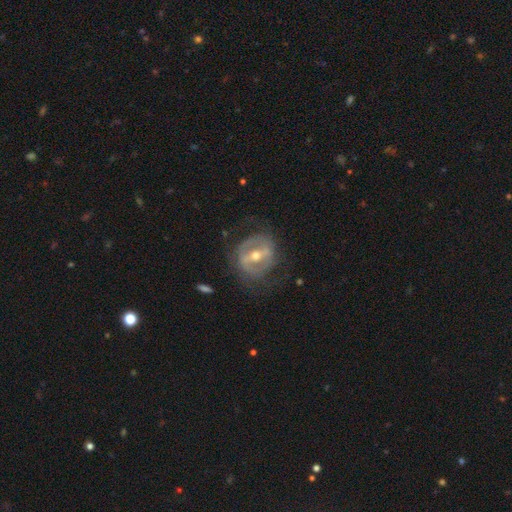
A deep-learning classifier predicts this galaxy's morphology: Smooth or featured: featured or disk — 81% (smooth — 14%)
Edge-on disk: no — 92% (yes — 8%)
Bar: strong — 66% (weak — 25%)
Spiral arms: yes — 51% (no — 49%)
Bulge size: moderate — 65% (small — 31%)
Merging: none — 69% (minor disturbance — 17%)